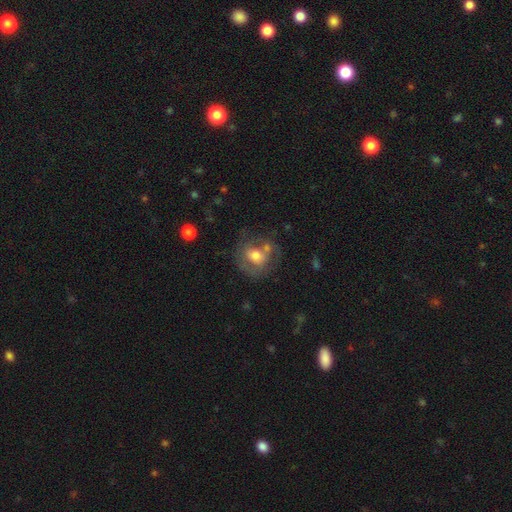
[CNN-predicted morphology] smooth 49%, featured or disk 42%, star or artifact 9%. Down the decision tree: merging — none (51%).